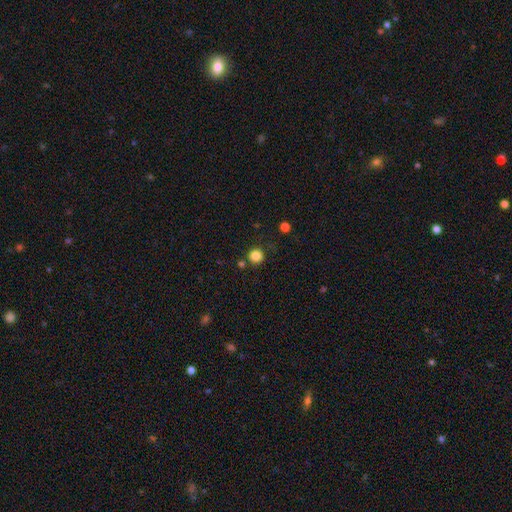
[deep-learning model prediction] Smooth or featured? Predicted: smooth (p=0.84). How rounded? Predicted: round (p=0.94). Merging? Predicted: none (p=0.84).